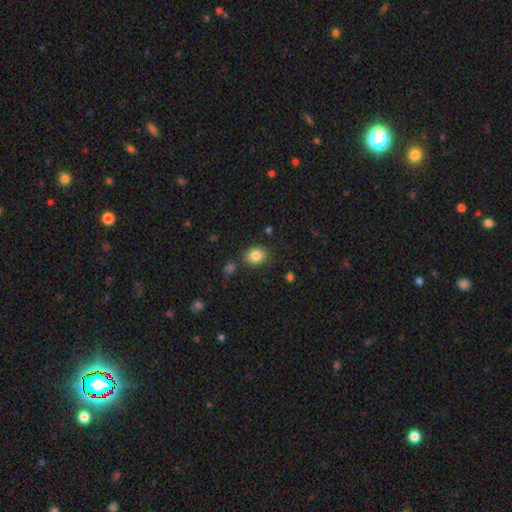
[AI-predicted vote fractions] The model was most divided on "how rounded": round: 53%, in between: 46%, cigar-shaped: 1%. More confident: smooth or featured — smooth (84%); merging — none (80%).